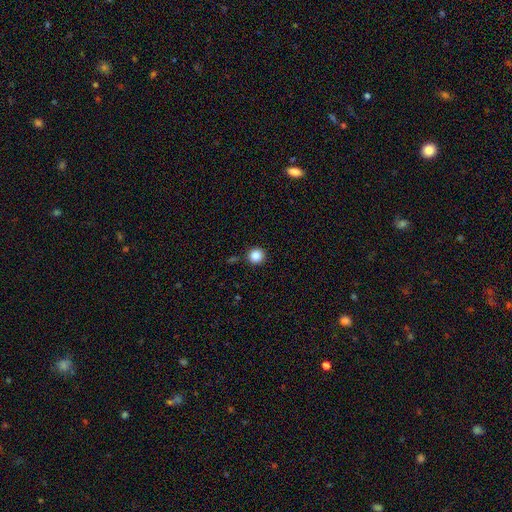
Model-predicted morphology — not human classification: Smooth or featured? Predicted: smooth (p=0.86). How rounded? Predicted: round (p=0.95). Merging? Predicted: none (p=0.89).